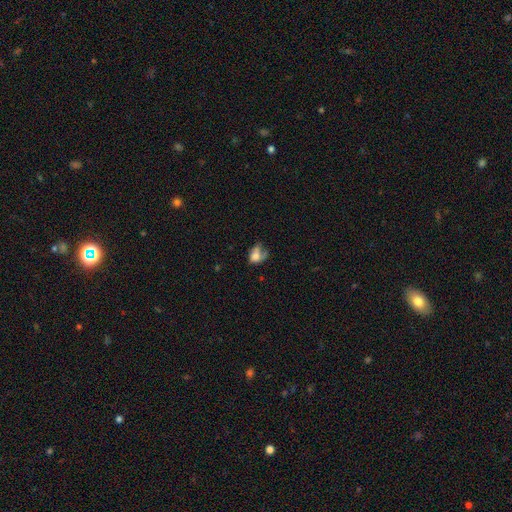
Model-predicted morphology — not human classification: Smooth or featured?
  - smooth: 59% *
  - featured or disk: 29%
  - star or artifact: 12%
How rounded?
  - in between: 69% *
  - round: 29%
  - cigar-shaped: 2%
Merging?
  - major disturbance: 40% *
  - none: 24%
  - minor disturbance: 23%
  - merger: 13%